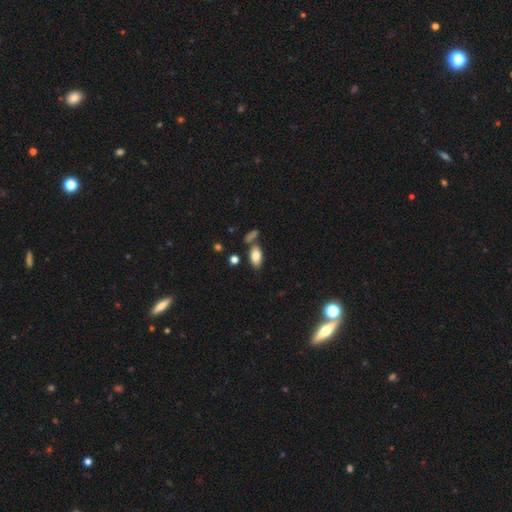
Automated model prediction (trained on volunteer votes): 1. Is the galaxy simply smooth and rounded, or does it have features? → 79% smooth, 13% featured or disk, 8% star or artifact.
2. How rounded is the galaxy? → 91% in between, 5% cigar-shaped, 4% round.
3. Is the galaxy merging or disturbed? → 69% none, 14% merger, 13% minor disturbance, 4% major disturbance.